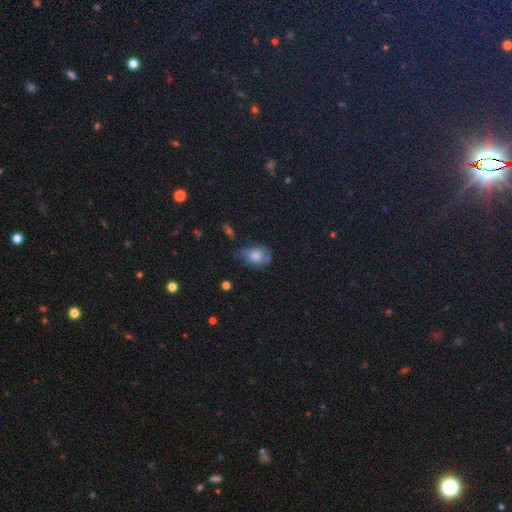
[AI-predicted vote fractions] Smooth or featured?
  - smooth: 63% *
  - featured or disk: 26%
  - star or artifact: 11%
How rounded?
  - in between: 71% *
  - round: 27%
  - cigar-shaped: 2%
Merging?
  - minor disturbance: 38% *
  - none: 37%
  - major disturbance: 22%
  - merger: 3%